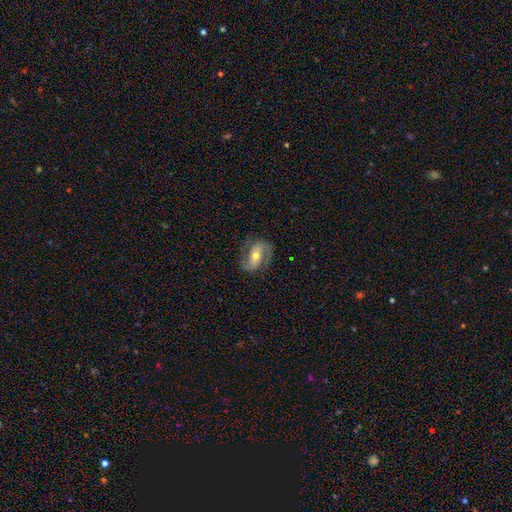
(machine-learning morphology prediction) smooth-or-featured: featured or disk: 75% | smooth: 19% | star or artifact: 7%
  disk-edge-on: no: 95% | yes: 5%
    bar: strong: 34% | no: 33% | weak: 33%
    has-spiral-arms: yes: 90% | no: 10%
      spiral-winding: medium: 45% | loose: 33% | tight: 22%
      spiral-arm-count: 2: 88% | can't tell: 6% | 1: 3% | 3: 1% | 4: 1% | more than 4: 1%
    bulge-size: moderate: 64% | small: 30% | large: 4% | none: 1% | dominant: 1%
  merging: none: 74% | minor disturbance: 16% | major disturbance: 8% | merger: 1%